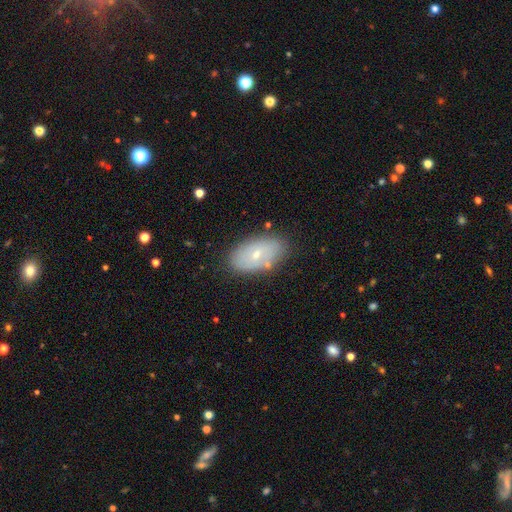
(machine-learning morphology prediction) Q: Smooth or featured?
A: smooth (57%); runner-up: featured or disk (34%)
Q: How rounded?
A: in between (92%); runner-up: round (6%)
Q: Merging?
A: none (79%); runner-up: minor disturbance (14%)